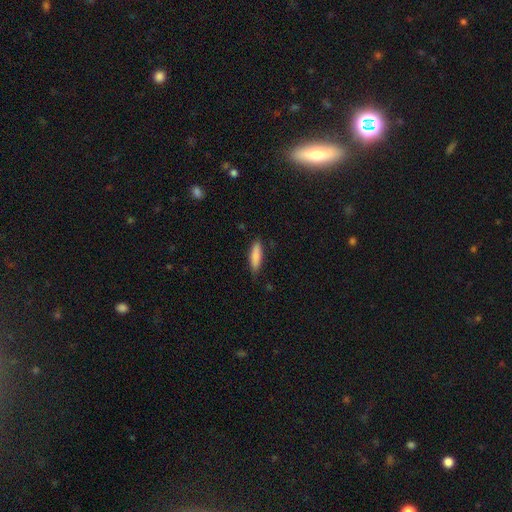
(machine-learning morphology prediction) smooth 86%, featured or disk 8%, star or artifact 6%. Down the decision tree: how rounded — cigar-shaped (57%); merging — none (80%).